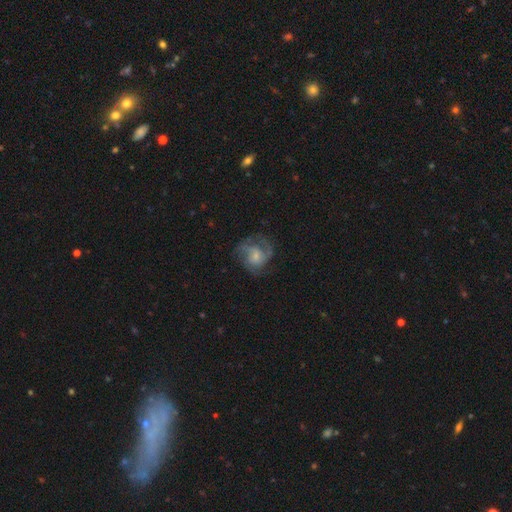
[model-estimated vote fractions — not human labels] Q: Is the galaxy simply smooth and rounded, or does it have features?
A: featured or disk — 69%.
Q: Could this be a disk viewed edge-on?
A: no — 98%.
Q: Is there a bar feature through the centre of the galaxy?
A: no — 60%.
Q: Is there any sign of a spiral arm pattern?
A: yes — 90%.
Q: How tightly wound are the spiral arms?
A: medium — 50%.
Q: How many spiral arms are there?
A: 3 — 35%.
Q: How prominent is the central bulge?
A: small — 51%.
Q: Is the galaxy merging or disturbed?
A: none — 60%.